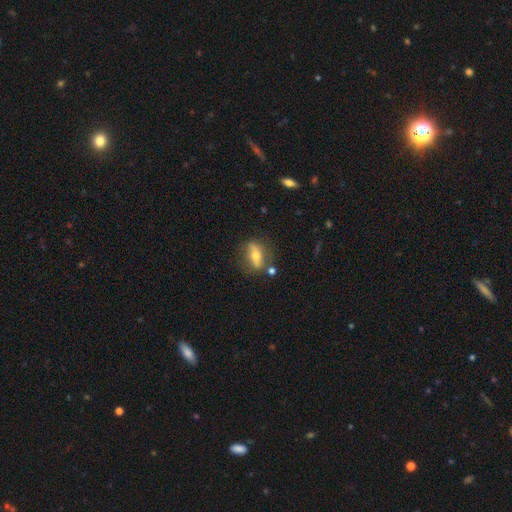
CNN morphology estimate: Smooth or featured: featured or disk — 48% (smooth — 43%)
Merging: none — 71% (minor disturbance — 16%)